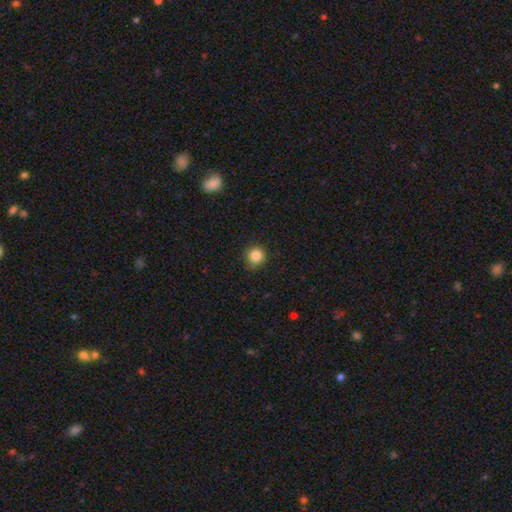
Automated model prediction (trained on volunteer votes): Smooth or featured? smooth (85%)
How rounded? round (92%)
Merging? none (84%)